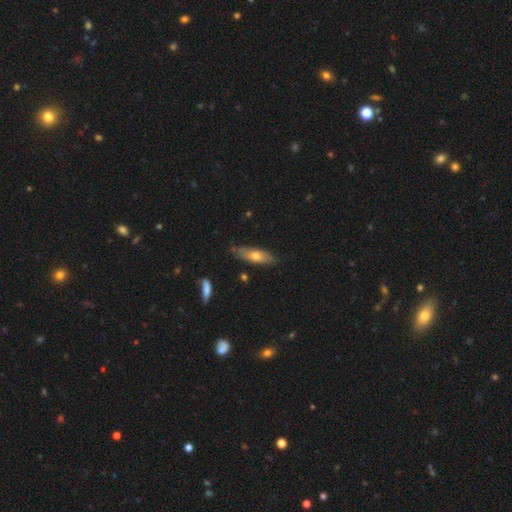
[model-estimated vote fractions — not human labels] Smooth or featured?
  - smooth: 58% *
  - featured or disk: 36%
  - star or artifact: 6%
How rounded?
  - cigar-shaped: 51% *
  - in between: 47%
  - round: 3%
Merging?
  - none: 77% *
  - minor disturbance: 18%
  - major disturbance: 3%
  - merger: 3%